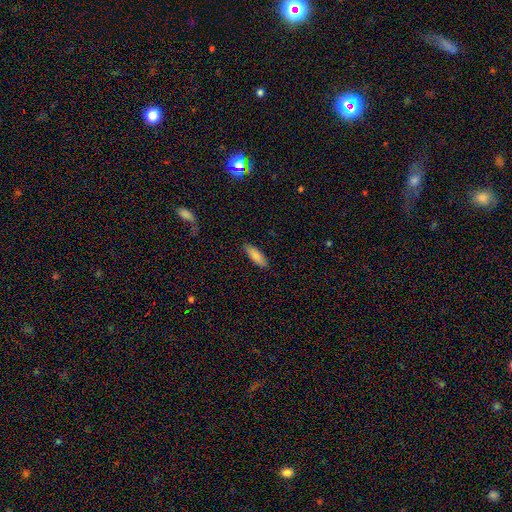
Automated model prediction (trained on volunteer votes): This is clearly a smooth galaxy (85%). How rounded: possibly in between (57%). Merging: clearly none (86%).